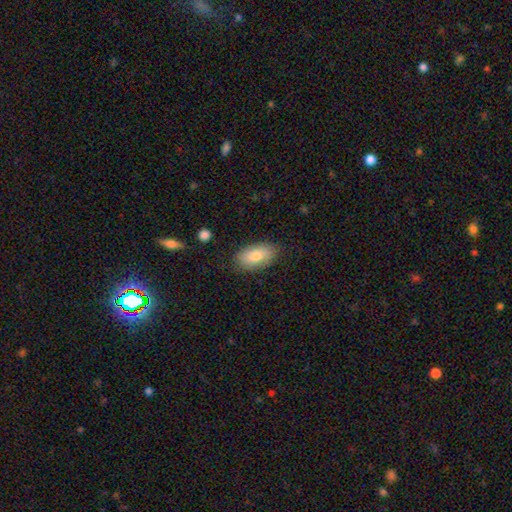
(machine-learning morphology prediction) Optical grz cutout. It shows a smooth galaxy with no disk features (81%) that is in between round and cigar-shaped (93%). Merging: none (83%).